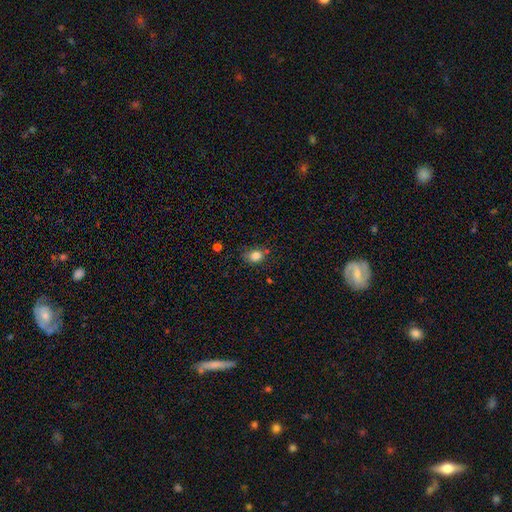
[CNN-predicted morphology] Smooth or featured?
  - smooth: 83% *
  - star or artifact: 11%
  - featured or disk: 6%
How rounded?
  - in between: 55% *
  - round: 44%
  - cigar-shaped: 1%
Merging?
  - none: 67% *
  - minor disturbance: 23%
  - major disturbance: 6%
  - merger: 4%